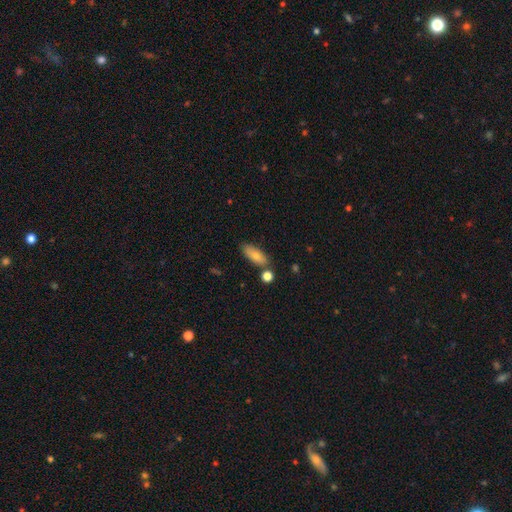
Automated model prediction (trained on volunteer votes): smooth-or-featured: smooth: 77% | featured or disk: 16% | star or artifact: 7%
  how-rounded: in between: 75% | cigar-shaped: 22% | round: 3%
  merging: none: 74% | minor disturbance: 14% | merger: 8% | major disturbance: 3%